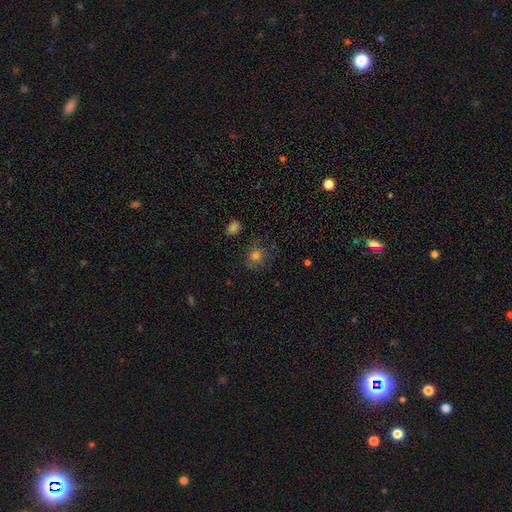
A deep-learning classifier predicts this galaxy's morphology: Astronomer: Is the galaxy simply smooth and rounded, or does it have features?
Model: smooth — 73%.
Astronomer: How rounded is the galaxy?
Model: round — 83%.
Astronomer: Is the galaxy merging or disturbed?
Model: none — 77%.